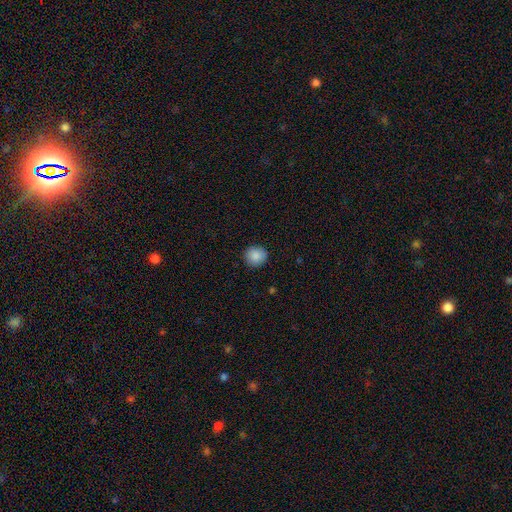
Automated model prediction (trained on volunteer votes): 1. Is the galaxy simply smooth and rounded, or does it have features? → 87% smooth, 8% star or artifact, 4% featured or disk.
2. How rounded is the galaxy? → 91% round, 8% in between, 1% cigar-shaped.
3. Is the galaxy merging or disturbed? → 90% none, 7% minor disturbance, 2% major disturbance, 1% merger.